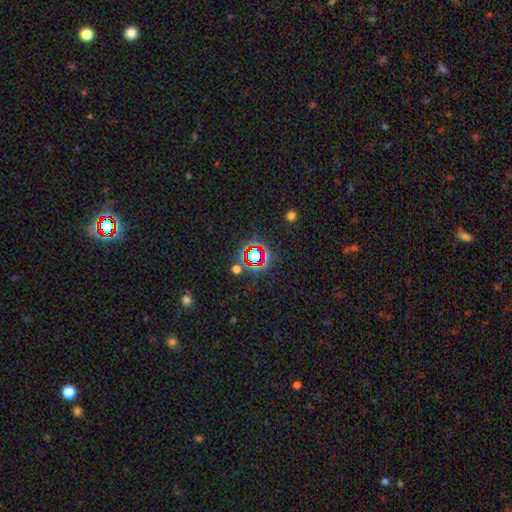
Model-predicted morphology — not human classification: Smooth or featured? Predicted: star or artifact (p=0.70).